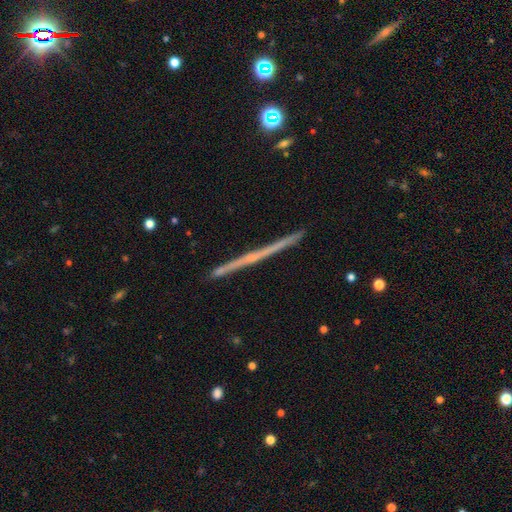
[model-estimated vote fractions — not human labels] smooth-or-featured: featured or disk: 71% | smooth: 23% | star or artifact: 6%
  disk-edge-on: yes: 98% | no: 2%
    edge-on-bulge: none: 79% | rounded: 16% | boxy: 5%
  merging: none: 92% | minor disturbance: 6% | merger: 1% | major disturbance: 1%